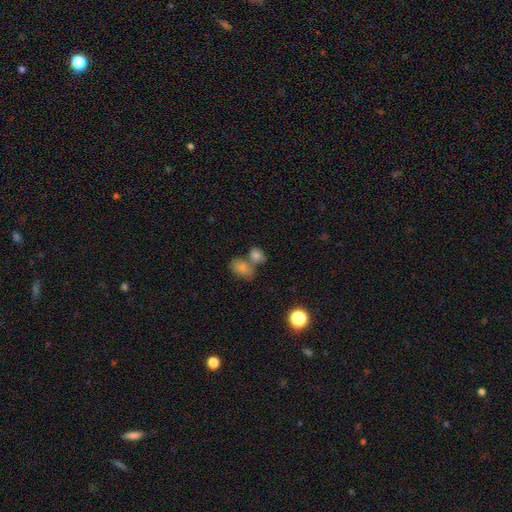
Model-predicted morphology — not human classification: smooth-or-featured: smooth: 76% | star or artifact: 12% | featured or disk: 12%
  how-rounded: in between: 62% | round: 36% | cigar-shaped: 2%
  merging: merger: 48% | none: 38% | minor disturbance: 10% | major disturbance: 4%